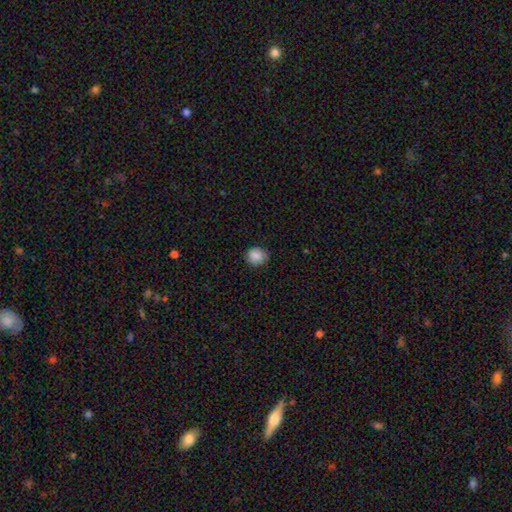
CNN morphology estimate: Smooth or featured? Predicted: smooth (p=0.87). How rounded? Predicted: round (p=0.76). Merging? Predicted: none (p=0.81).